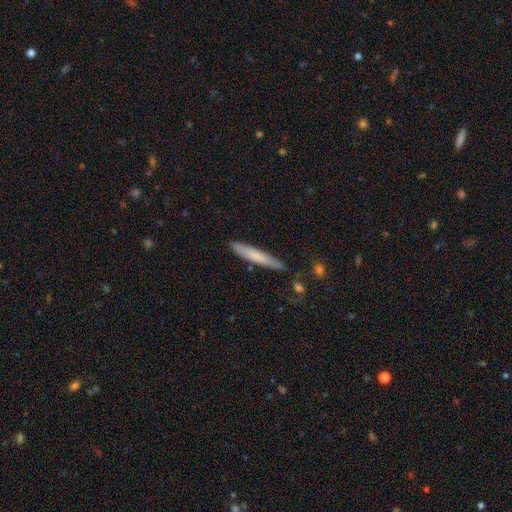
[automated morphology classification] A smooth galaxy with no disk features (70%) that is cigar-shaped (93%). Merging: none (86%).